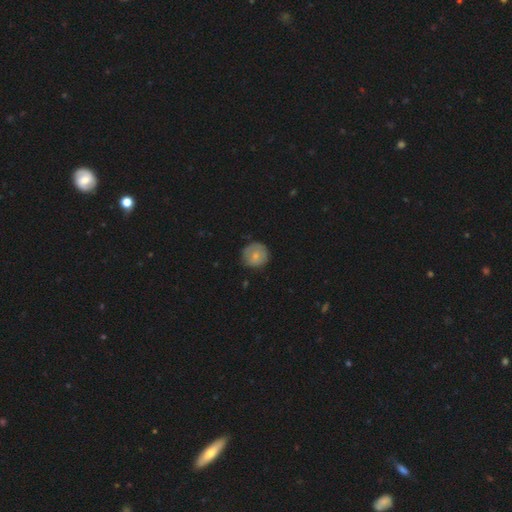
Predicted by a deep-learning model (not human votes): Q: Smooth or featured?
A: smooth (74%); runner-up: featured or disk (18%)
Q: How rounded?
A: round (91%); runner-up: in between (8%)
Q: Merging?
A: none (80%); runner-up: minor disturbance (16%)